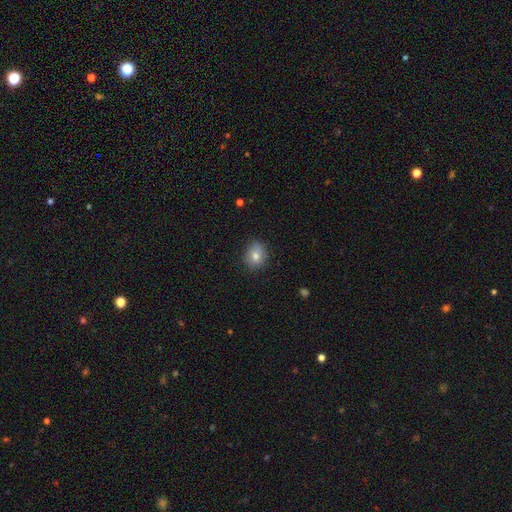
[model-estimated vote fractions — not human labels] Smooth or featured? smooth (76%)
How rounded? round (67%)
Merging? none (73%)